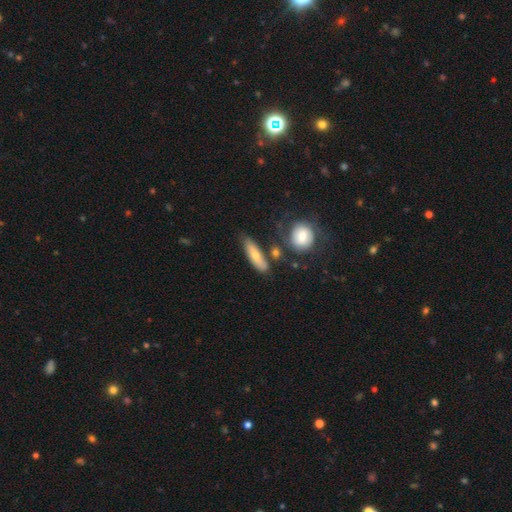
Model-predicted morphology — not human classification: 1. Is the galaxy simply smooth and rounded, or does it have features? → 66% smooth, 27% featured or disk, 7% star or artifact.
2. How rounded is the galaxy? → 54% cigar-shaped, 41% in between, 5% round.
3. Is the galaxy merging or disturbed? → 65% none, 18% minor disturbance, 11% merger, 6% major disturbance.